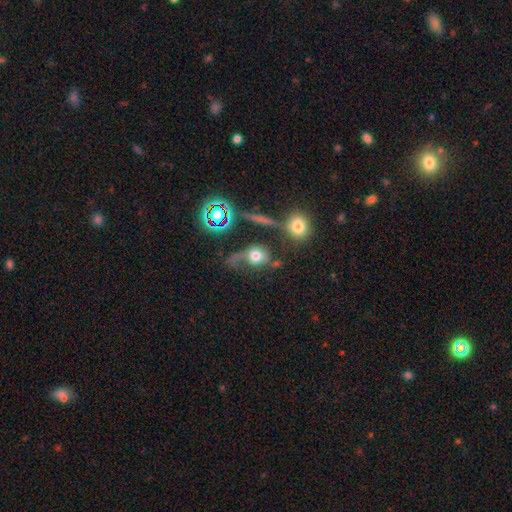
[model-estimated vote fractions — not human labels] Morphology: type=smooth (59%); roundness=round (62%); merging=none (36%).